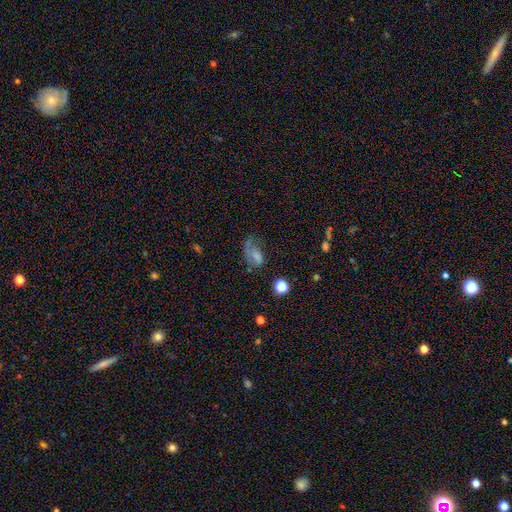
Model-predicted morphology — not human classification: Smooth or featured? Predicted: smooth (p=0.53). How rounded? Predicted: in between (p=0.83). Merging? Predicted: major disturbance (p=0.46).